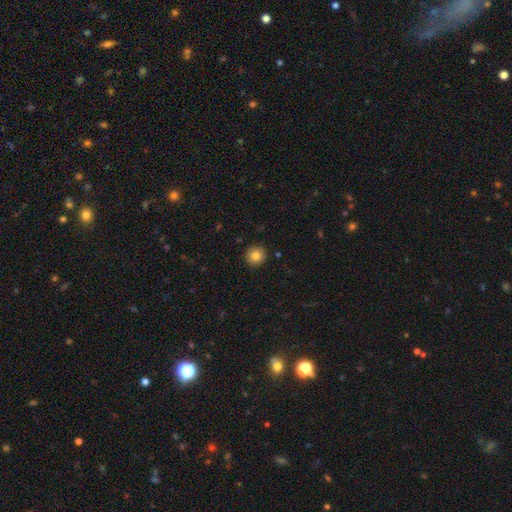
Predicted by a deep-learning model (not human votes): A smooth galaxy with no disk features (83%) that is round (94%).

Vote fractions:
- Smooth or featured? smooth: 83% / star or artifact: 10% / featured or disk: 7%
- How rounded? round: 94% / in between: 5% / cigar-shaped: 1%
- Merging? none: 92% / minor disturbance: 5% / major disturbance: 2% / merger: 1%